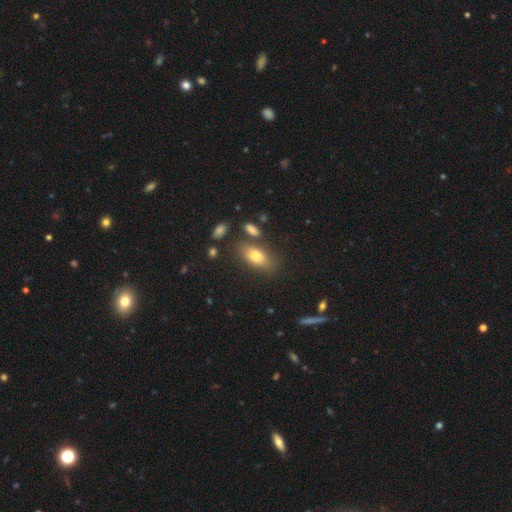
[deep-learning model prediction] This is likely a smooth galaxy (76%). How rounded: clearly in between (83%). Merging: likely none (75%).